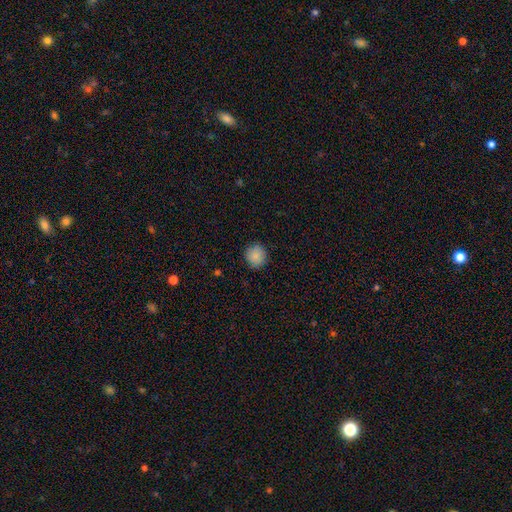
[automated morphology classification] Smooth or featured: smooth — 87% (star or artifact — 9%)
How rounded: round — 89% (in between — 10%)
Merging: none — 89% (minor disturbance — 8%)